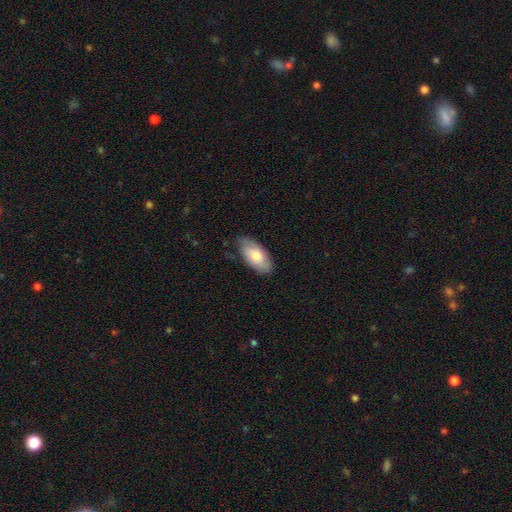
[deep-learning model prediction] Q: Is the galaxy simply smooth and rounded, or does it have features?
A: smooth — 74%.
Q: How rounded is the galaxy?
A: in between — 93%.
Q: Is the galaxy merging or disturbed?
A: none — 77%.